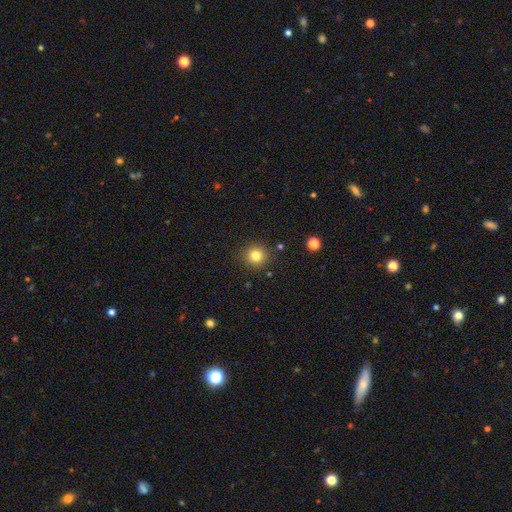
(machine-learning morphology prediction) Overall: smooth (81%). How rounded: round (93%). Merging: none (90%).